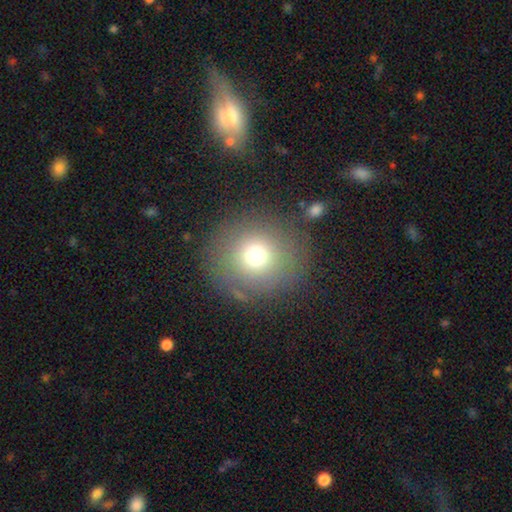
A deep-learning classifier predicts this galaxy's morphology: This is likely a smooth galaxy (71%). How rounded: clearly round (91%). Merging: clearly none (84%).